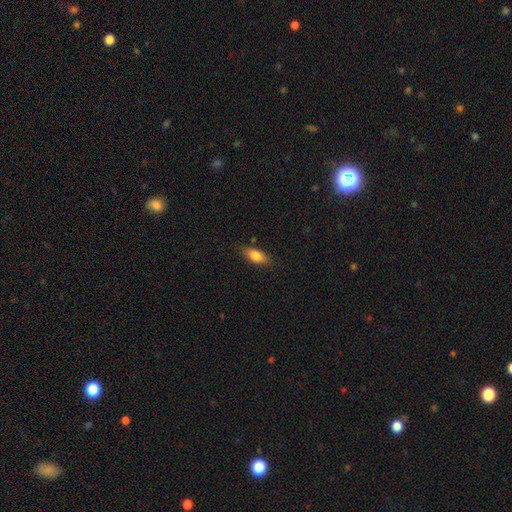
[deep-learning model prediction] Overall: smooth (81%). How rounded: in between (81%). Merging: none (81%).